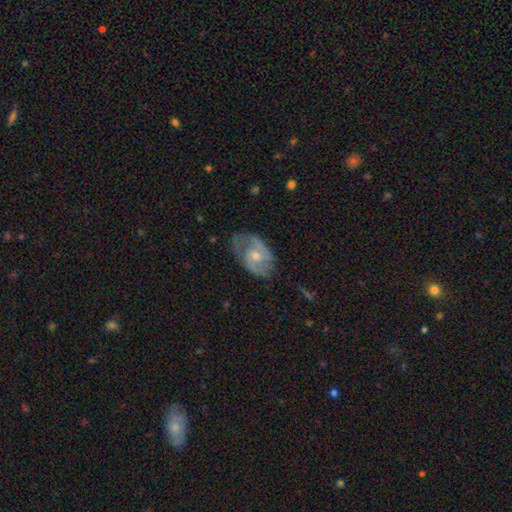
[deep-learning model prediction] Q: Smooth or featured?
A: featured or disk (74%); runner-up: smooth (20%)
Q: Edge-on disk?
A: no (96%); runner-up: yes (4%)
Q: Bar?
A: no (59%); runner-up: weak (33%)
Q: Spiral arms?
A: yes (86%); runner-up: no (14%)
Q: Spiral winding?
A: medium (47%); runner-up: tight (32%)
Q: Spiral arm count?
A: 2 (76%); runner-up: can't tell (14%)
Q: Bulge size?
A: moderate (57%); runner-up: small (38%)
Q: Merging?
A: none (66%); runner-up: minor disturbance (23%)